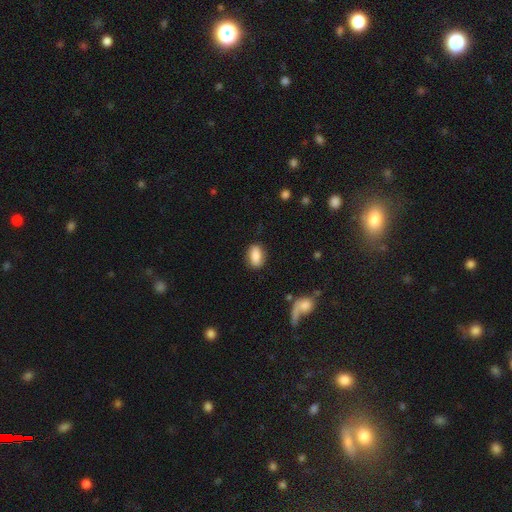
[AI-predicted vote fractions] This appears to be a smooth galaxy with no disk features (83%) that is in between round and cigar-shaped (85%). Merging: none (83%).